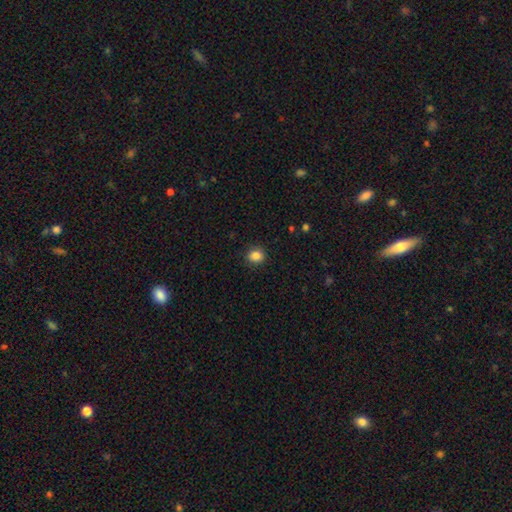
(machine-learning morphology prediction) Smooth or featured? smooth (86%)
How rounded? round (69%)
Merging? none (89%)